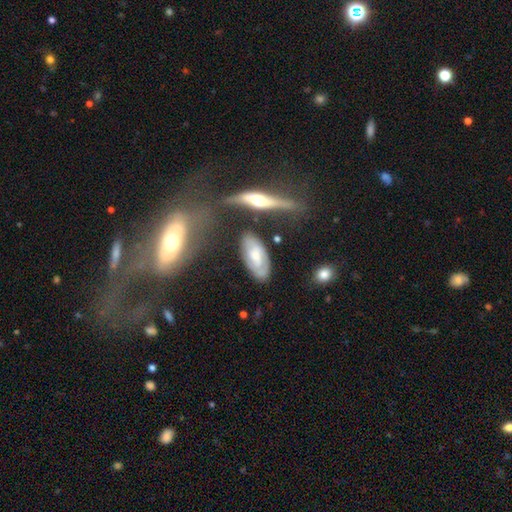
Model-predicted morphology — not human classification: featured or disk 58%, smooth 34%, star or artifact 7%. Down the decision tree: edge-on disk — no (80%); merging — none (70%).